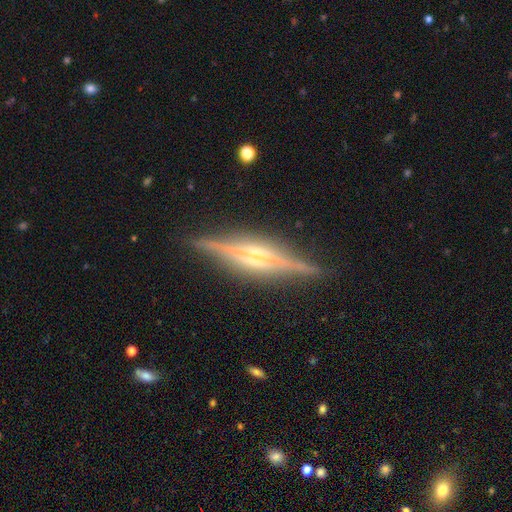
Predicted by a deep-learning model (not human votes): Morphology: type=featured or disk (86%); edge-on=yes (97%); edge-on bulge=rounded (72%); merging=none (87%).